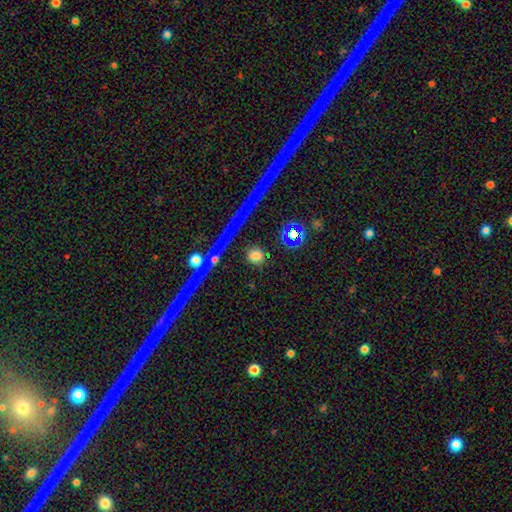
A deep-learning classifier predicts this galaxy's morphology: Overall: smooth (72%). How rounded: round (88%). Merging: none (87%).